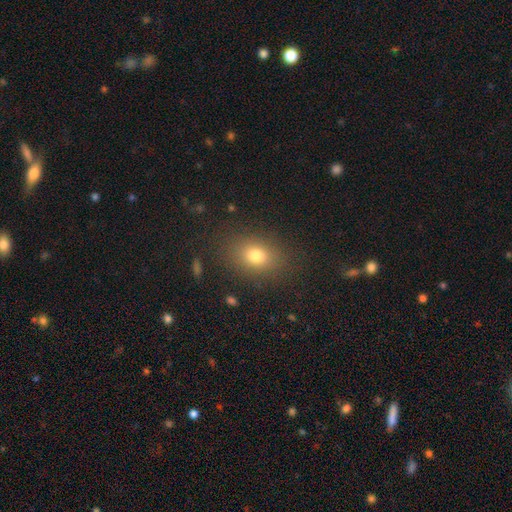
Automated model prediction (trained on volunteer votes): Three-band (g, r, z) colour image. It shows a smooth galaxy with no disk features (77%) that is in between round and cigar-shaped (64%). Merging: none (85%).